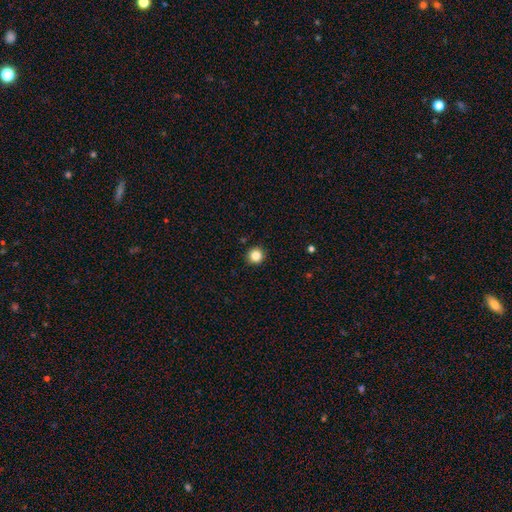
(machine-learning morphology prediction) This appears to be a smooth galaxy with no disk features (85%) that is round (95%). Merging: none (93%).